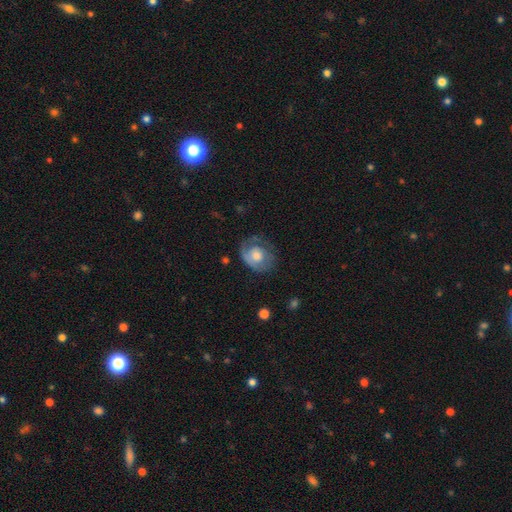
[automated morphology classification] smooth-or-featured: featured or disk: 53% | smooth: 41% | star or artifact: 7%
  disk-edge-on: no: 97% | yes: 3%
    bar: no: 82% | weak: 16% | strong: 2%
    has-spiral-arms: yes: 67% | no: 33%
    bulge-size: moderate: 53% | large: 24% | small: 17% | none: 4% | dominant: 2%
  merging: none: 54% | minor disturbance: 25% | major disturbance: 20% | merger: 2%